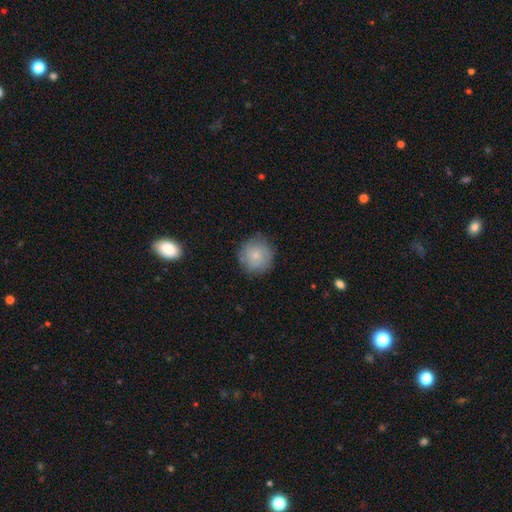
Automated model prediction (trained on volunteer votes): A smooth galaxy with no disk features (74%) that is round (93%). Merging: none (81%).